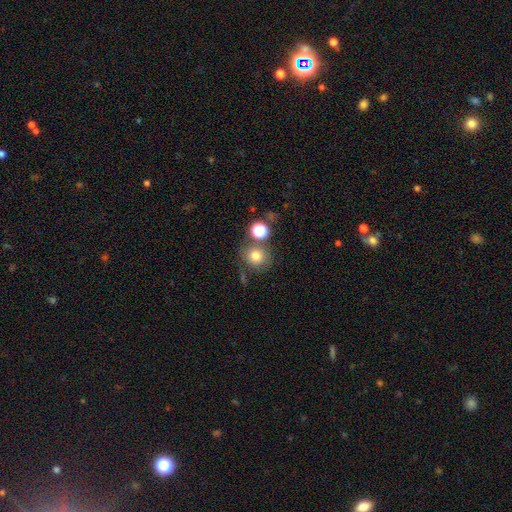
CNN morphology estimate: The model was most divided on "merging": none: 68%, merger: 15%, minor disturbance: 12%, major disturbance: 5%. More confident: how rounded — round (84%); smooth or featured — smooth (77%).